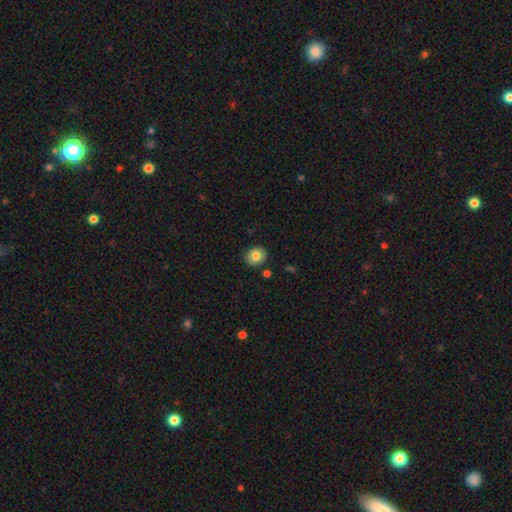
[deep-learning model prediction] smooth-or-featured: smooth: 80% | featured or disk: 11% | star or artifact: 9%
  how-rounded: round: 80% | in between: 19% | cigar-shaped: 1%
  merging: none: 87% | minor disturbance: 9% | merger: 2% | major disturbance: 2%